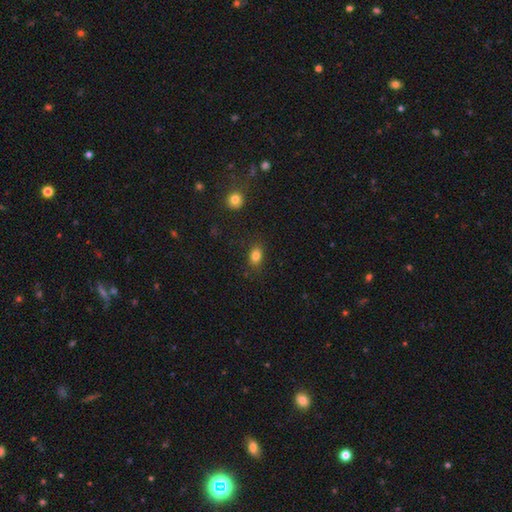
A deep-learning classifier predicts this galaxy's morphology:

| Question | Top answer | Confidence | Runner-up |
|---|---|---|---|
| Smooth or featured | smooth | 83% | star or artifact (11%) |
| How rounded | in between | 74% | round (24%) |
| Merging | none | 82% | minor disturbance (13%) |